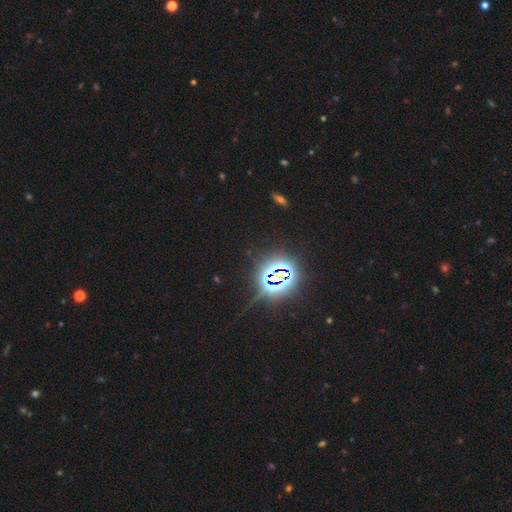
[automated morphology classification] This appears to be a star or artifact, not a galaxy (85%).